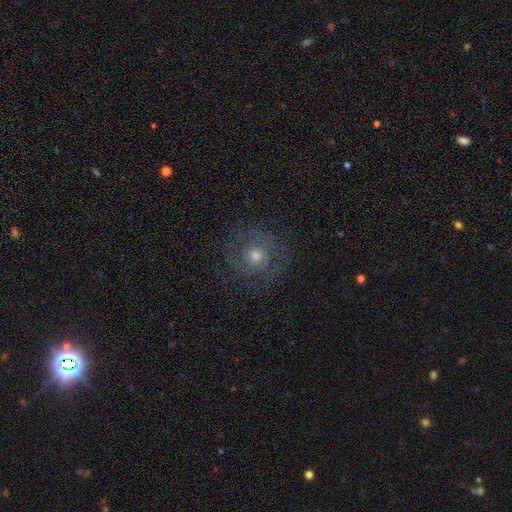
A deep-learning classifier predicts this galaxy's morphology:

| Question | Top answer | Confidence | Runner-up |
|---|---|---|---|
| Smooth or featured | featured or disk | 68% | smooth (21%) |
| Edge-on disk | no | 98% | yes (2%) |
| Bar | no | 80% | weak (17%) |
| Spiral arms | yes | 86% | no (14%) |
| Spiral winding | tight | 62% | medium (30%) |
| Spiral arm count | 2 | 57% | can't tell (24%) |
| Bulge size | moderate | 60% | small (29%) |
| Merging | none | 81% | minor disturbance (11%) |